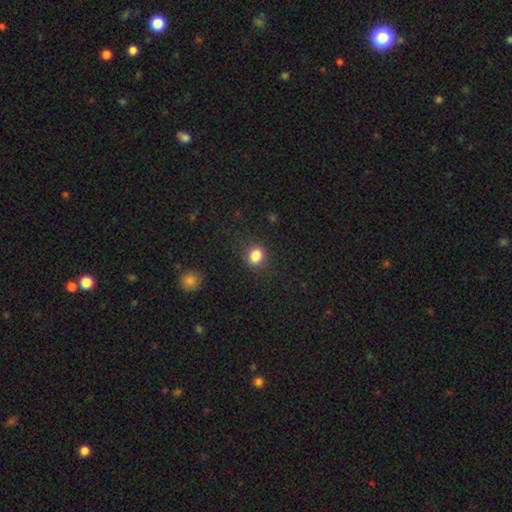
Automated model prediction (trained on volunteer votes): smooth-or-featured: smooth: 84% | star or artifact: 11% | featured or disk: 5%
  how-rounded: round: 58% | in between: 41% | cigar-shaped: 1%
  merging: none: 86% | minor disturbance: 10% | major disturbance: 3% | merger: 1%